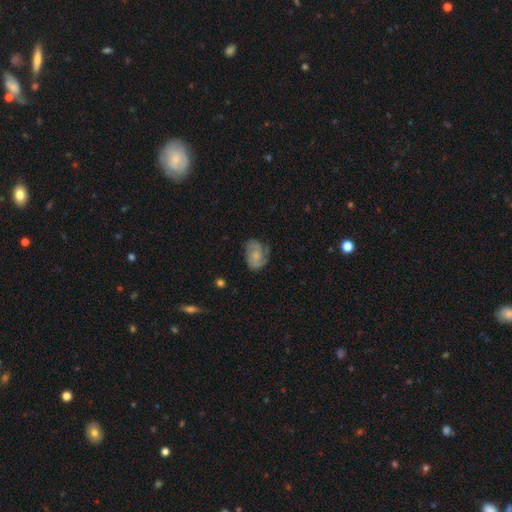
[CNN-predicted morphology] The model was most divided on "spiral winding": medium: 45%, tight: 37%, loose: 18%. Remaining: edge-on disk — no (97%); spiral arms — yes (88%); bar — no (66%); smooth or featured — featured or disk (60%); merging — none (60%); spiral arm count — 2 (54%); bulge size — small (46%).